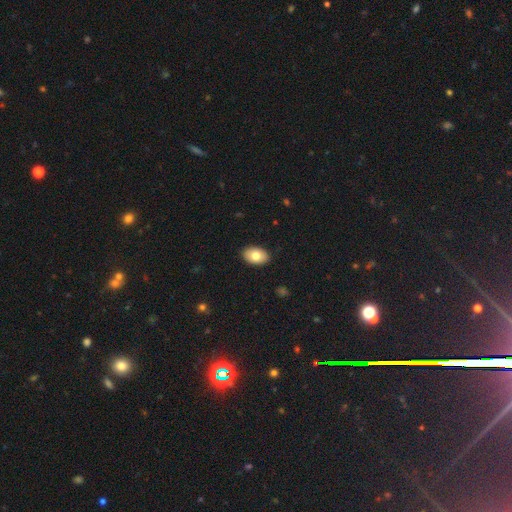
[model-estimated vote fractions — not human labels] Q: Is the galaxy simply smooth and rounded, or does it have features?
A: smooth — 79%.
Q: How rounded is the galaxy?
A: in between — 89%.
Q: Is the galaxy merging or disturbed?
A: none — 89%.